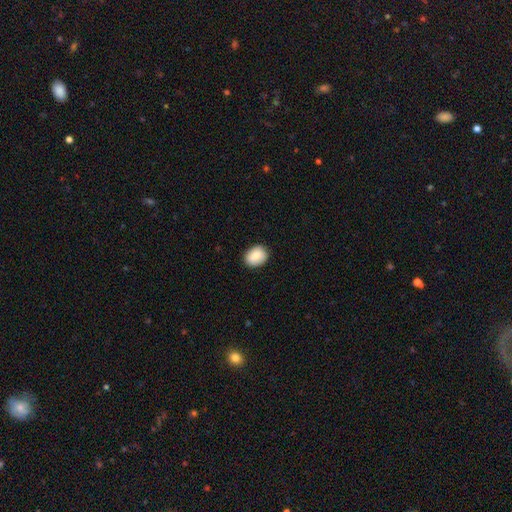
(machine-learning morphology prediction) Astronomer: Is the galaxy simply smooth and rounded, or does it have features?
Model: smooth — 83%.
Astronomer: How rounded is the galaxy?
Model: in between — 55% (runner-up: round, 44%).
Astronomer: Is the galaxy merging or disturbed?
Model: none — 87%.